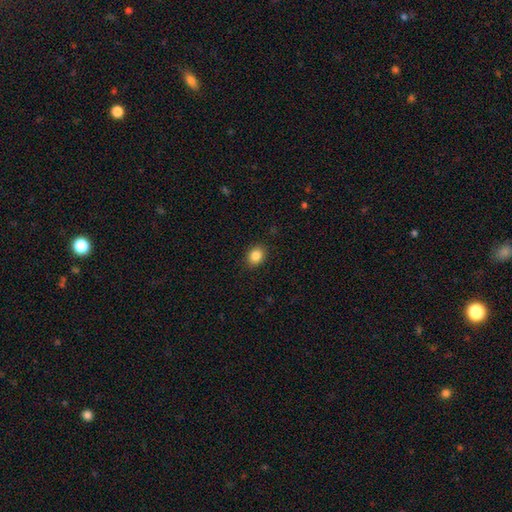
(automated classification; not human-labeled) This appears to be a smooth galaxy with no disk features (86%) that is round (56%). Merging: none (89%).